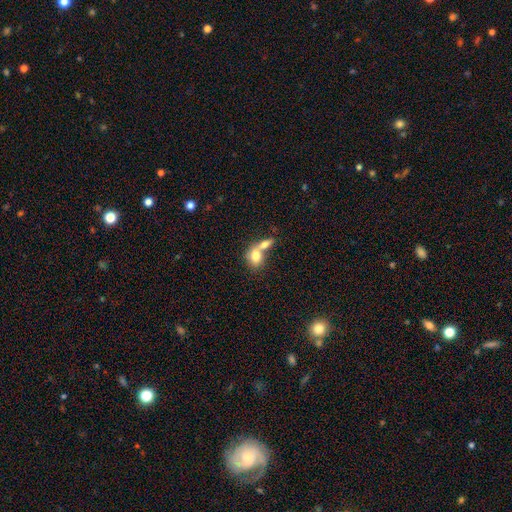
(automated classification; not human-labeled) Smooth or featured: smooth — 75% (featured or disk — 17%)
How rounded: in between — 60% (round — 37%)
Merging: merger — 68% (none — 20%)